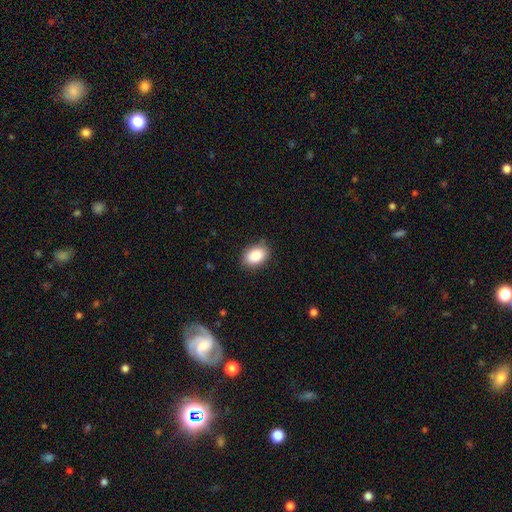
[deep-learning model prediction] Q: Smooth or featured?
A: smooth (87%); runner-up: star or artifact (8%)
Q: How rounded?
A: in between (81%); runner-up: round (18%)
Q: Merging?
A: none (83%); runner-up: minor disturbance (13%)